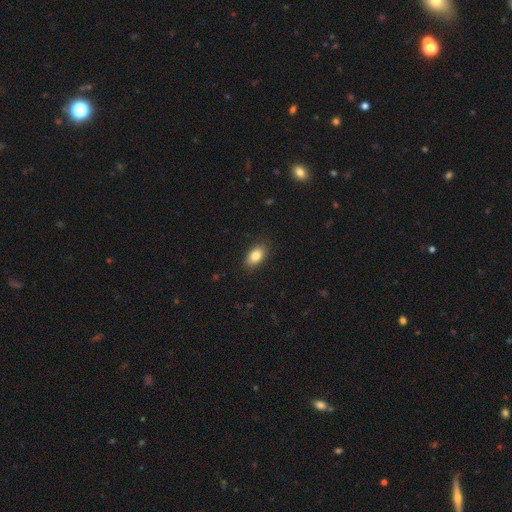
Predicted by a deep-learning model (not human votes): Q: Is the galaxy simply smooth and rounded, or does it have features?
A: smooth — 83%.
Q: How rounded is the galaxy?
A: in between — 90%.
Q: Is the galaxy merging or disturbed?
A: none — 87%.